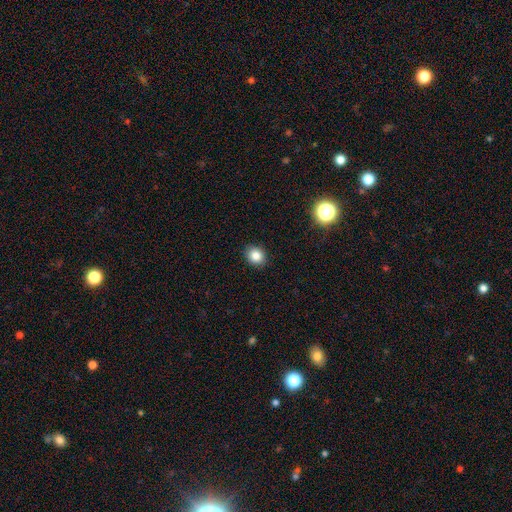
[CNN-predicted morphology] A smooth galaxy with no disk features (84%) that is round (70%). Merging: none (91%).